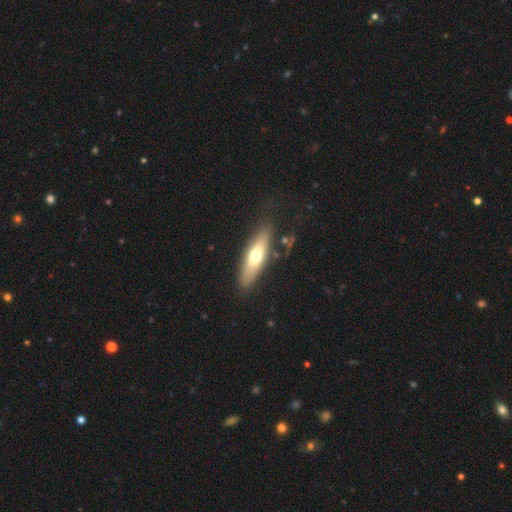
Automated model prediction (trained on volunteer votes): Morphology: type=smooth (57%); roundness=cigar-shaped (52%); merging=none (82%).